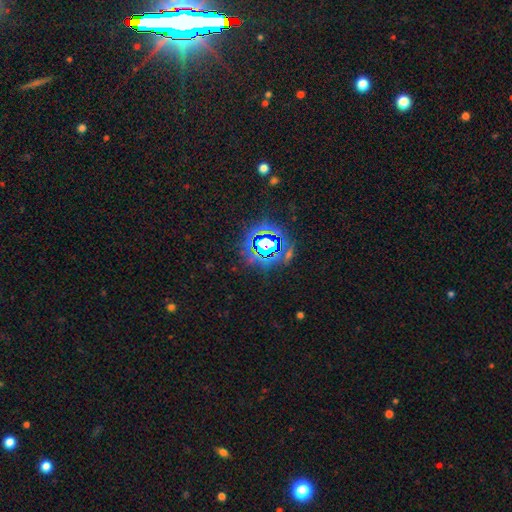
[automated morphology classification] smooth-or-featured: star or artifact: 84% | smooth: 9% | featured or disk: 7%